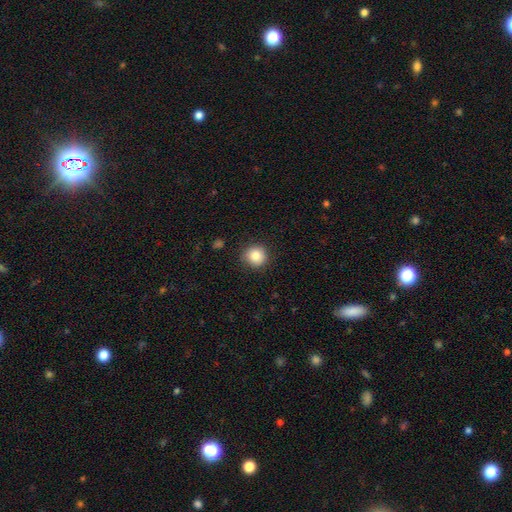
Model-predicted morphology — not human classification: Smooth or featured? Predicted: smooth (p=0.85). How rounded? Predicted: round (p=0.92). Merging? Predicted: none (p=0.86).